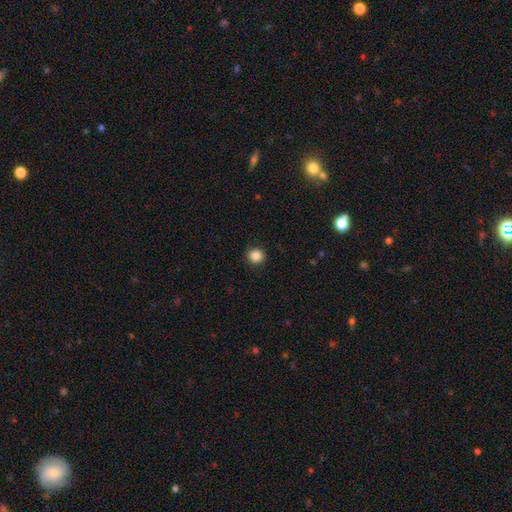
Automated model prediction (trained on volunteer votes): This is clearly a smooth galaxy (86%). How rounded: clearly round (93%). Merging: clearly none (91%).